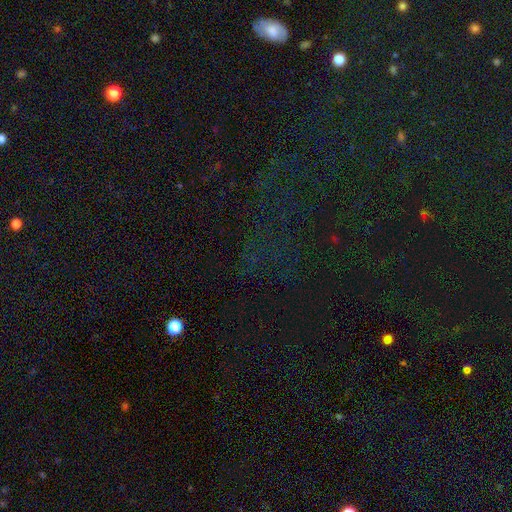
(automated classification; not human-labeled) star or artifact 74%, smooth 17%, featured or disk 10%.